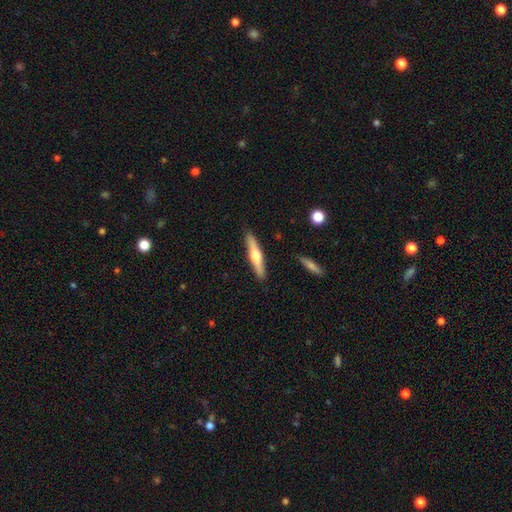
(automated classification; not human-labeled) Morphology: type=featured or disk (52%); edge-on=yes (95%); merging=none (89%).